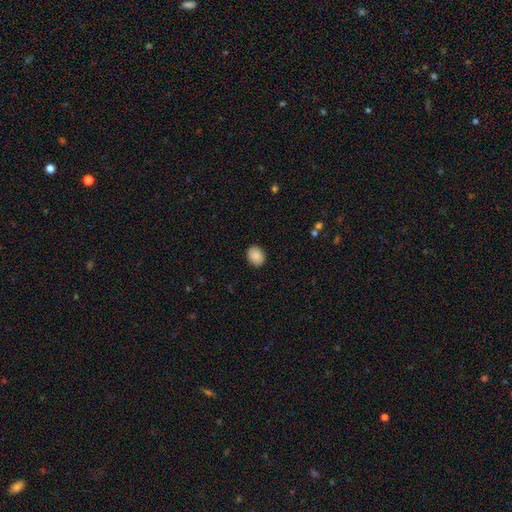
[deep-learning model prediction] Q: Smooth or featured?
A: smooth (89%); runner-up: star or artifact (7%)
Q: How rounded?
A: round (54%); runner-up: in between (45%)
Q: Merging?
A: none (89%); runner-up: minor disturbance (8%)